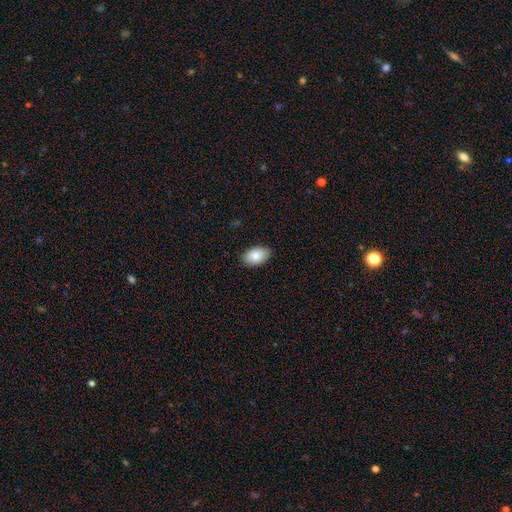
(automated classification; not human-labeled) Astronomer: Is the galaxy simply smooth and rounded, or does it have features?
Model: smooth — 86%.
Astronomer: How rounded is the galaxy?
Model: in between — 92%.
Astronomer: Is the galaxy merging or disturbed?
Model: none — 88%.